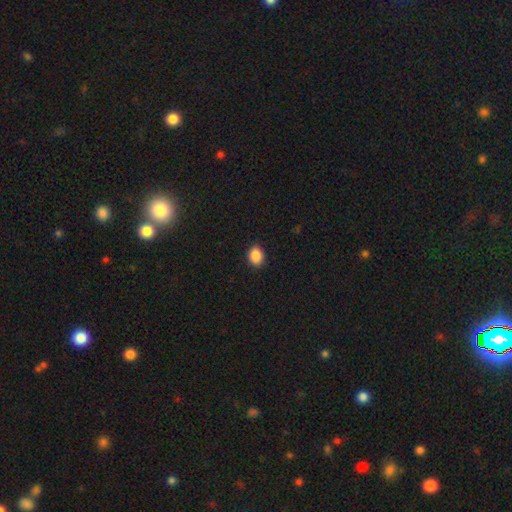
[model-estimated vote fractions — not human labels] Smooth or featured?
  - smooth: 89% *
  - star or artifact: 8%
  - featured or disk: 3%
How rounded?
  - in between: 57% *
  - round: 42%
  - cigar-shaped: 1%
Merging?
  - none: 89% *
  - minor disturbance: 8%
  - major disturbance: 2%
  - merger: 1%